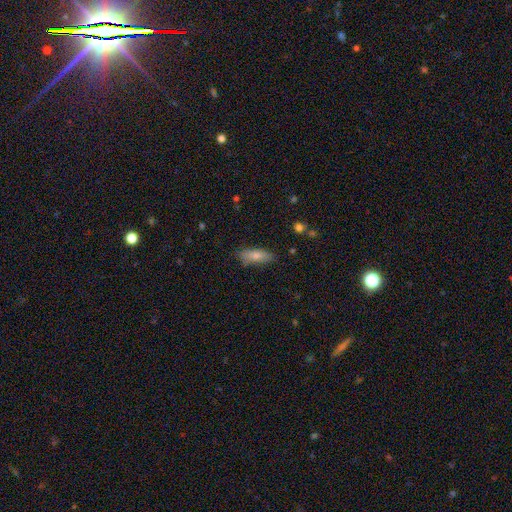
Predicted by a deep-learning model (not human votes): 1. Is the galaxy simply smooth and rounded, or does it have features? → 78% smooth, 15% featured or disk, 7% star or artifact.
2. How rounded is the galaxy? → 59% in between, 38% cigar-shaped, 2% round.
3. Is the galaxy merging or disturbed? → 78% none, 17% minor disturbance, 4% major disturbance, 2% merger.